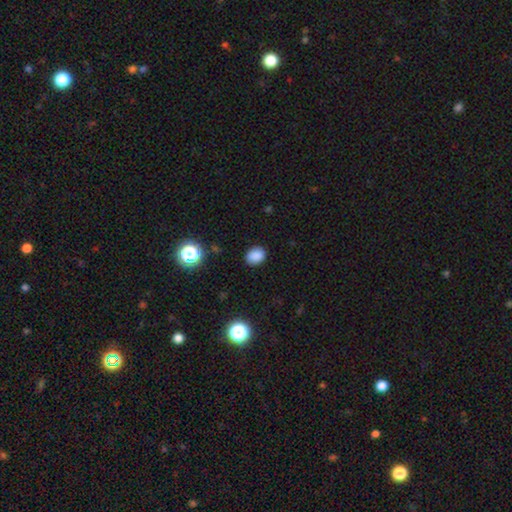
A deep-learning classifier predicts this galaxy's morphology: smooth_or_featured: smooth (p=0.85) [alt: star or artifact p=0.12]
how_rounded: in between (p=0.56) [alt: round p=0.43]
merging: none (p=0.87) [alt: minor disturbance p=0.09]